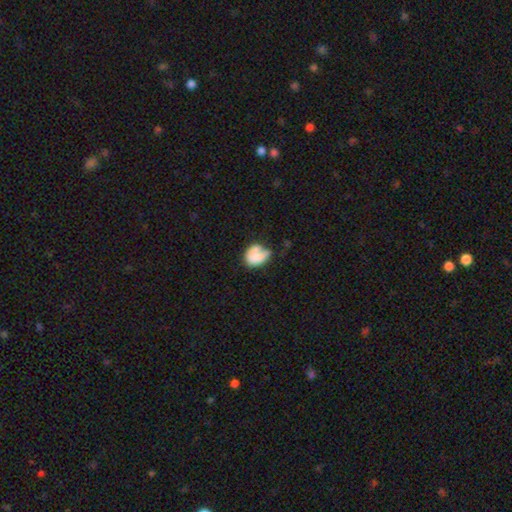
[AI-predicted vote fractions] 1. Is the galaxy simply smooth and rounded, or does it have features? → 65% smooth, 26% featured or disk, 8% star or artifact.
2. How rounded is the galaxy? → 59% in between, 40% round, 1% cigar-shaped.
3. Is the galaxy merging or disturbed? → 35% none, 30% minor disturbance, 23% major disturbance, 12% merger.